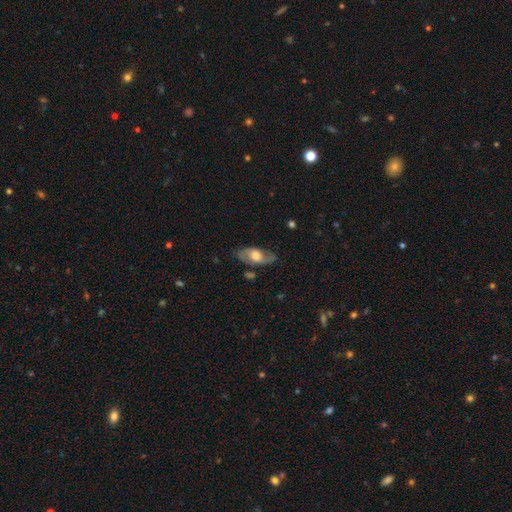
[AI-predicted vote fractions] Q: Smooth or featured?
A: featured or disk (61%); runner-up: smooth (33%)
Q: Edge-on disk?
A: no (85%); runner-up: yes (15%)
Q: Bar?
A: no (64%); runner-up: weak (28%)
Q: Spiral arms?
A: yes (70%); runner-up: no (30%)
Q: Bulge size?
A: large (46%); runner-up: moderate (41%)
Q: Merging?
A: none (75%); runner-up: minor disturbance (17%)